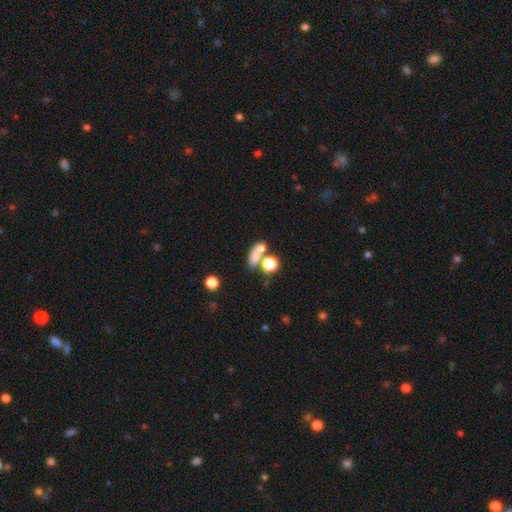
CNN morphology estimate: smooth-or-featured: smooth: 70% | featured or disk: 15% | star or artifact: 15%
  how-rounded: in between: 60% | round: 29% | cigar-shaped: 11%
  merging: merger: 41% | none: 40% | minor disturbance: 11% | major disturbance: 8%